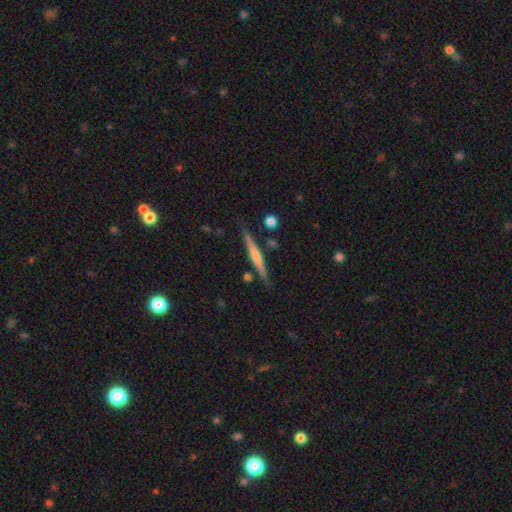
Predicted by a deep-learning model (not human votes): A featured or disk galaxy (72%) viewed edge-on (98%) with a rounded central bulge (66%).

Vote fractions:
- Smooth or featured? featured or disk: 72% / smooth: 22% / star or artifact: 6%
- Edge-on disk? yes: 98% / no: 2%
- Edge-on bulge? rounded: 66% / none: 22% / boxy: 12%
- Merging? none: 88% / minor disturbance: 8% / merger: 2% / major disturbance: 2%